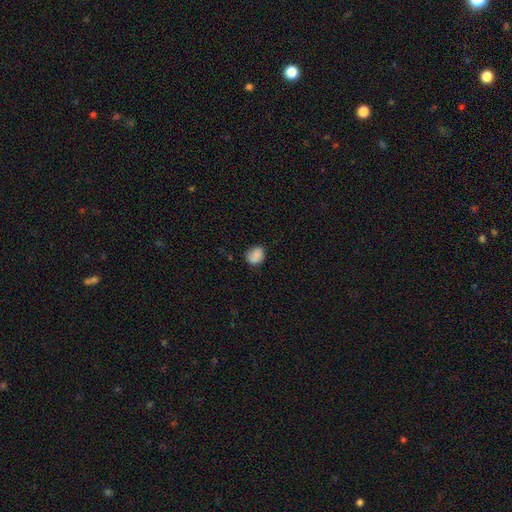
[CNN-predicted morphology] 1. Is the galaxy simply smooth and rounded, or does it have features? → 84% smooth, 9% star or artifact, 7% featured or disk.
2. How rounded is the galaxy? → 57% round, 42% in between, 1% cigar-shaped.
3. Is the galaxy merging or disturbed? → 72% none, 21% minor disturbance, 4% major disturbance, 2% merger.